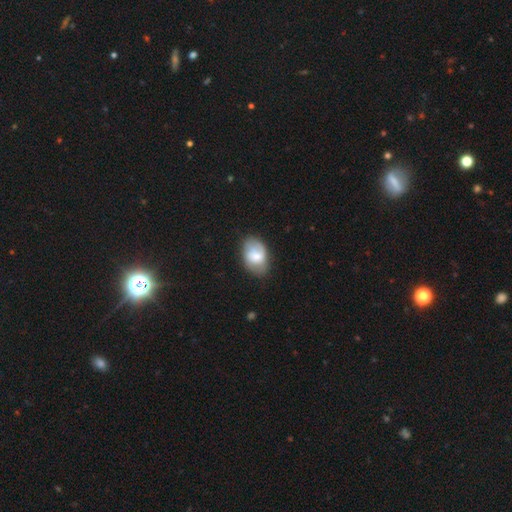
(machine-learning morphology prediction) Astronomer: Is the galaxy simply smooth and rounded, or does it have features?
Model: smooth — 64%.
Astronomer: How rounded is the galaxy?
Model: in between — 85%.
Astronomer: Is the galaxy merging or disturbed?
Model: none — 67%.